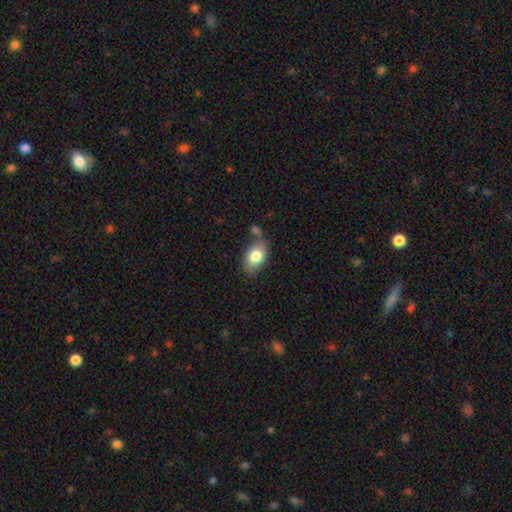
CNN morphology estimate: type=smooth (80%); roundness=in between (84%); merging=none (60%).